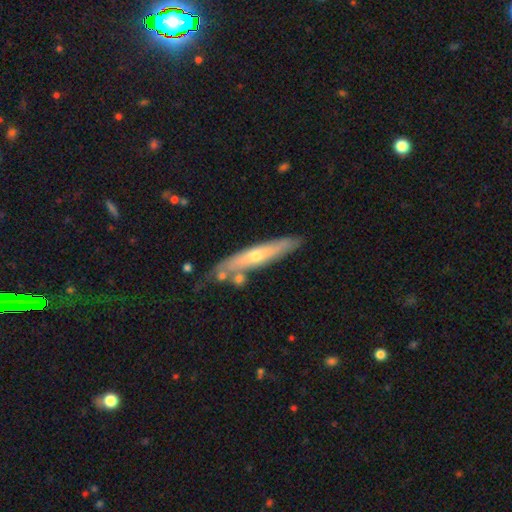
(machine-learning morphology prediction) Smooth or featured?
  - featured or disk: 57% *
  - smooth: 36%
  - star or artifact: 6%
Edge-on disk?
  - yes: 80% *
  - no: 20%
Merging?
  - none: 75% *
  - minor disturbance: 15%
  - merger: 7%
  - major disturbance: 3%